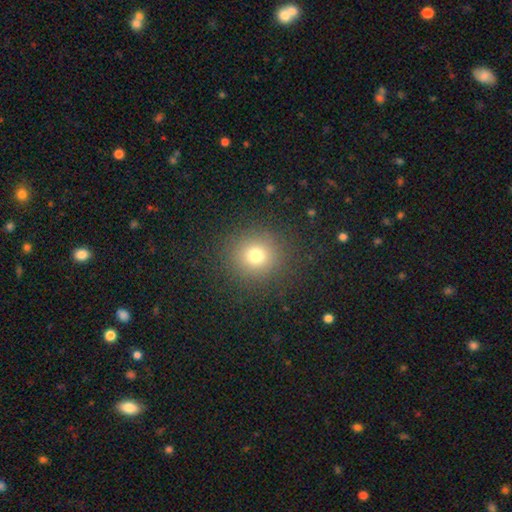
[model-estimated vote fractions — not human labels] Smooth or featured? smooth (73%)
How rounded? round (91%)
Merging? none (88%)